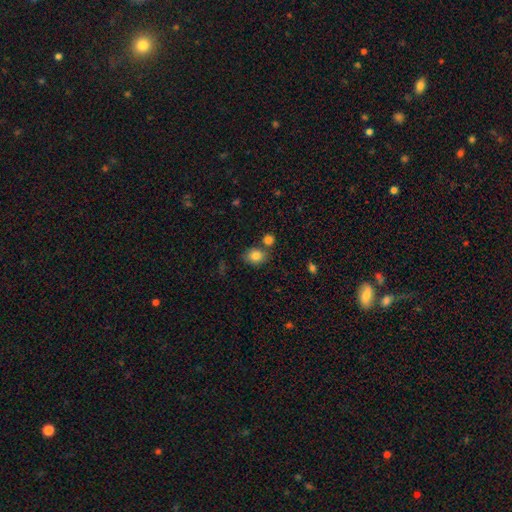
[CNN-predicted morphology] This is clearly a smooth galaxy (83%). How rounded: possibly in between (54%). Merging: likely none (67%).